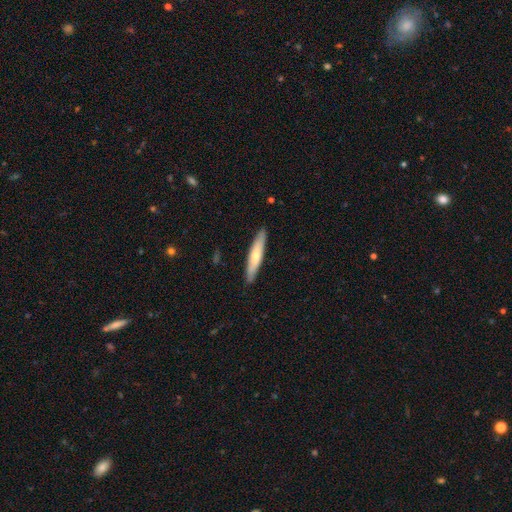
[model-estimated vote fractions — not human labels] Smooth or featured? smooth (63%)
How rounded? cigar-shaped (89%)
Merging? none (89%)